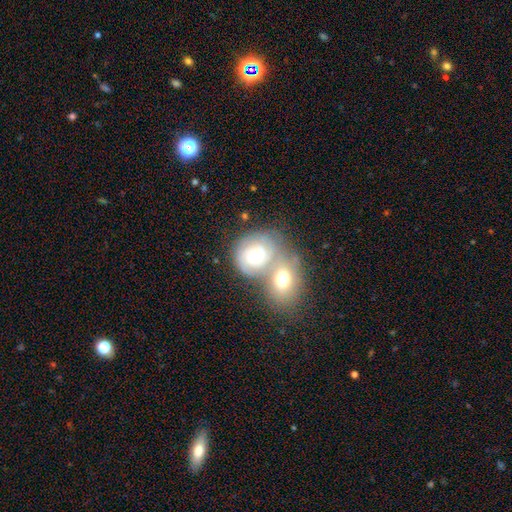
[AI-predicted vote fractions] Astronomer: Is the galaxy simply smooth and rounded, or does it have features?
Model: featured or disk — 64%.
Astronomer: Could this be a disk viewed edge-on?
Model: no — 97%.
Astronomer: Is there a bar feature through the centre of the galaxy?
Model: no — 64%.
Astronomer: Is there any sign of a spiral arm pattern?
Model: yes — 88%.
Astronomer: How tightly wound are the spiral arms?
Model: tight — 64%.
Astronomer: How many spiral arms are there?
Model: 2 — 42% (runner-up: can't tell, 31%).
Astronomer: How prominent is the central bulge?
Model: moderate — 59%.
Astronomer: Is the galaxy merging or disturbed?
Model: merger — 52% (runner-up: none, 33%).